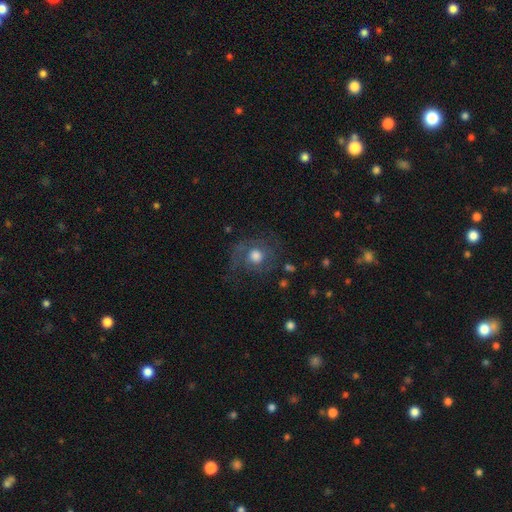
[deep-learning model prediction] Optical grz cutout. It shows a featured or disk galaxy (54%) with no bar (82%), spiral arms (75%) and a moderate central bulge (50%). Merging: none (61%).